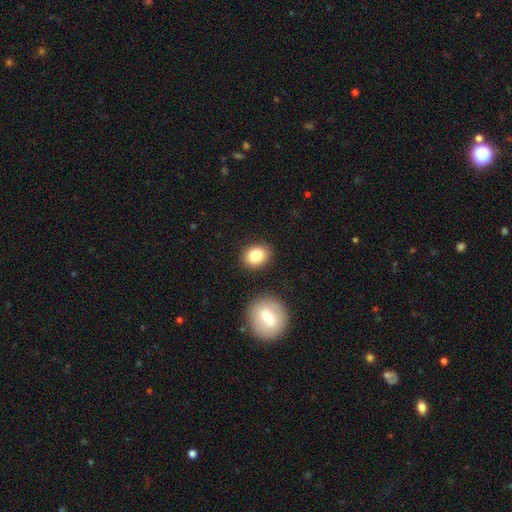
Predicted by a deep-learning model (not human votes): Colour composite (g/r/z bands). It shows a smooth galaxy with no disk features (83%) that is in between round and cigar-shaped (51%). Merging: none (84%).